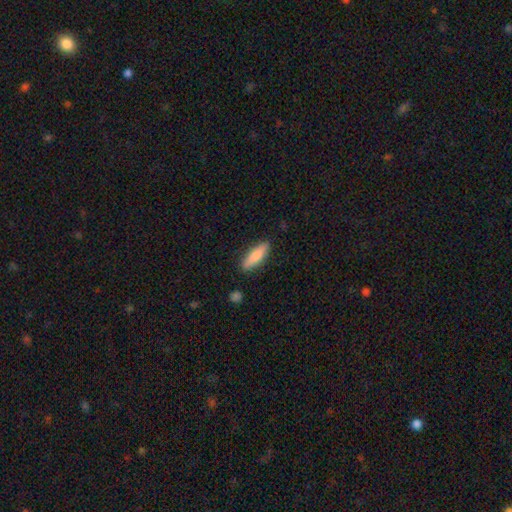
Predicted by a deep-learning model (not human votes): This is clearly a smooth galaxy (81%). How rounded: possibly cigar-shaped (55%). Merging: clearly none (87%).